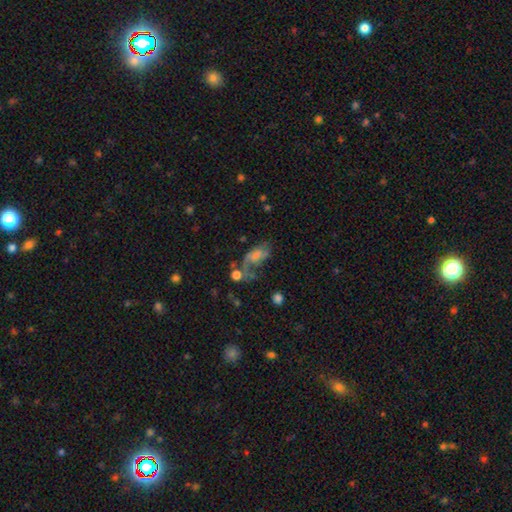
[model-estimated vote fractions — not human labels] Smooth or featured? featured or disk (49%)
Merging? none (33%)